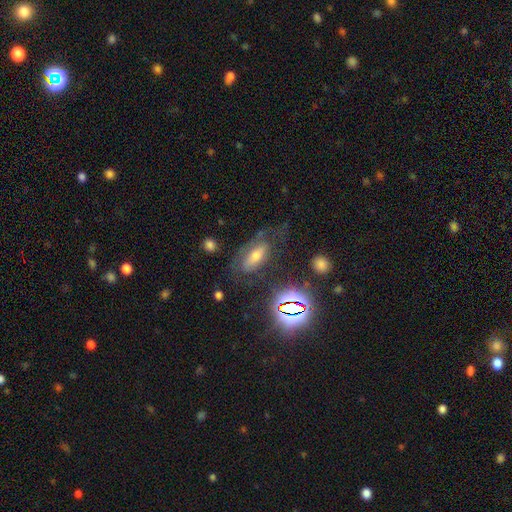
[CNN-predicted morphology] A featured or disk galaxy (41%). Merging: none (51%).